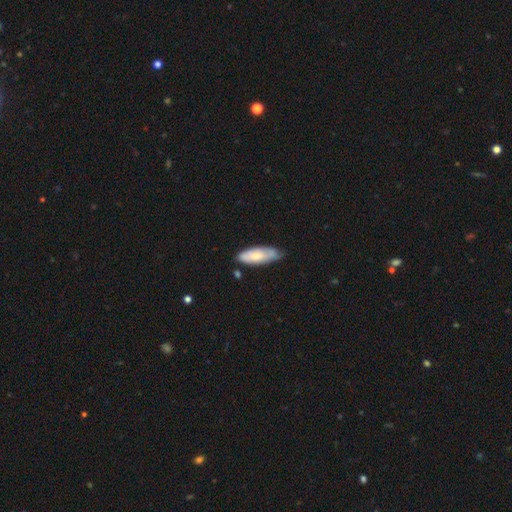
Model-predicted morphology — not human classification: This appears to be a smooth galaxy with no disk features (68%) that is in between round and cigar-shaped (67%). Merging: none (63%).